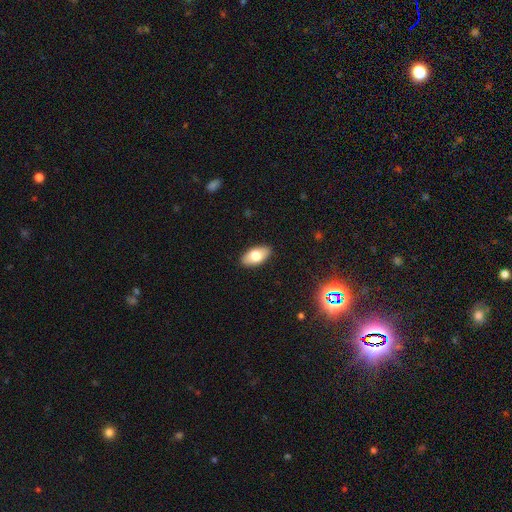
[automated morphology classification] smooth_or_featured: smooth (p=0.75) [alt: featured or disk p=0.17]
how_rounded: in between (p=0.93) [alt: round p=0.04]
merging: none (p=0.89) [alt: minor disturbance p=0.08]